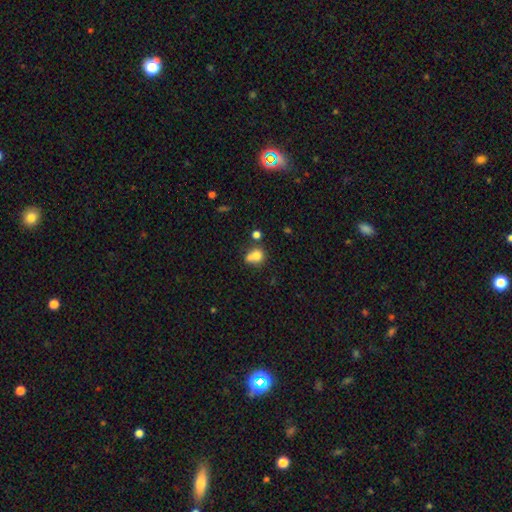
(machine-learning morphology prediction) The model was most divided on "merging": merger: 43%, none: 37%, minor disturbance: 14%, major disturbance: 7%. More confident: smooth or featured — smooth (77%); how rounded — round (69%).